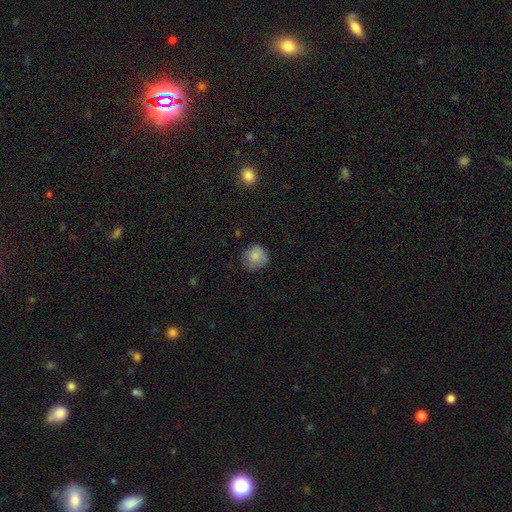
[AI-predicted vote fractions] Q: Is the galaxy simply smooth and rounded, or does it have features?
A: smooth — 84%.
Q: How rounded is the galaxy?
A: round — 87%.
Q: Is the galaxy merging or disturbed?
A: none — 75%.